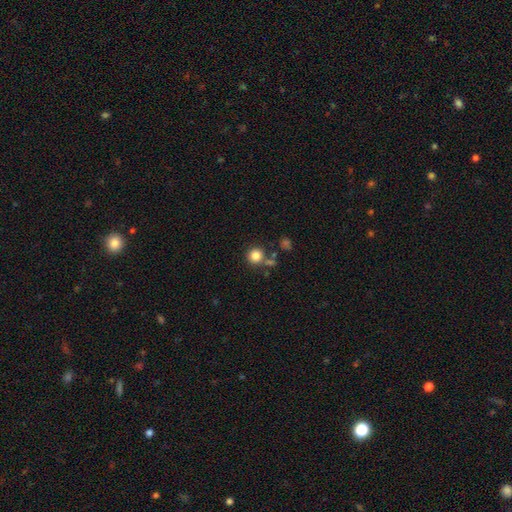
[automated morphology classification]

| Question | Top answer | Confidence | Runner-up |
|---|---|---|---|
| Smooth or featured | smooth | 84% | star or artifact (11%) |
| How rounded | round | 92% | in between (7%) |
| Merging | none | 74% | merger (12%) |